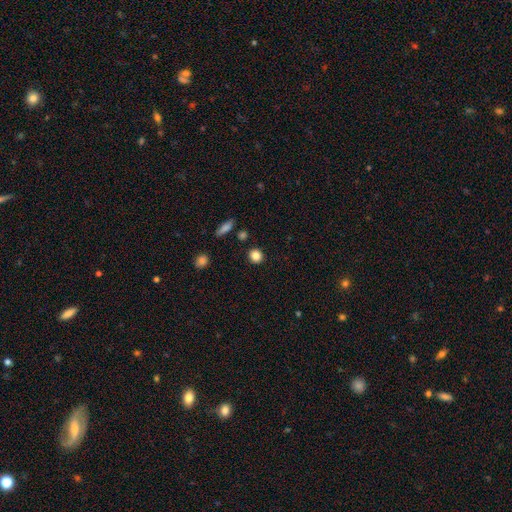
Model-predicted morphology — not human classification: smooth_or_featured: smooth (p=0.85) [alt: star or artifact p=0.10]
how_rounded: round (p=0.88) [alt: in between p=0.11]
merging: none (p=0.89) [alt: minor disturbance p=0.06]